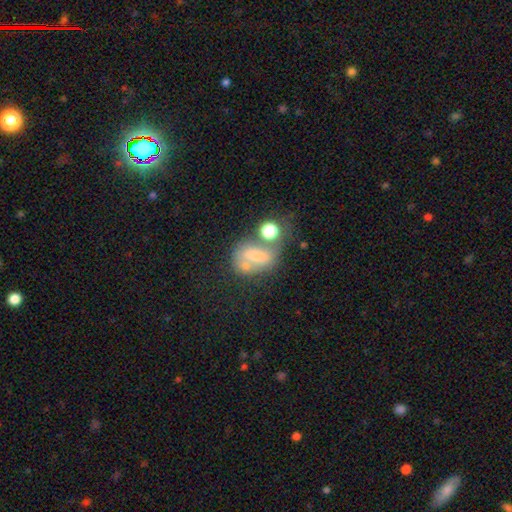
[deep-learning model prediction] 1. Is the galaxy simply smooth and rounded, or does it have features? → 53% smooth, 32% featured or disk, 15% star or artifact.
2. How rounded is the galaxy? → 67% in between, 27% round, 6% cigar-shaped.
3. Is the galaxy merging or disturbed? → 38% merger, 30% none, 16% minor disturbance, 16% major disturbance.